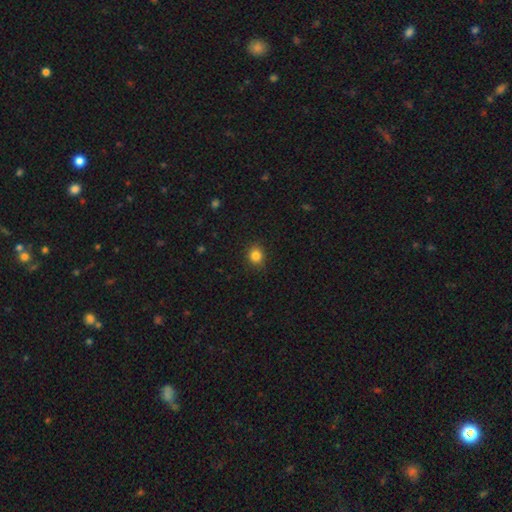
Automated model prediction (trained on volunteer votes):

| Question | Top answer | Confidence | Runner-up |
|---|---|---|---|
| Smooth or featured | smooth | 83% | star or artifact (12%) |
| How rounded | round | 78% | in between (21%) |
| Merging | none | 89% | minor disturbance (8%) |